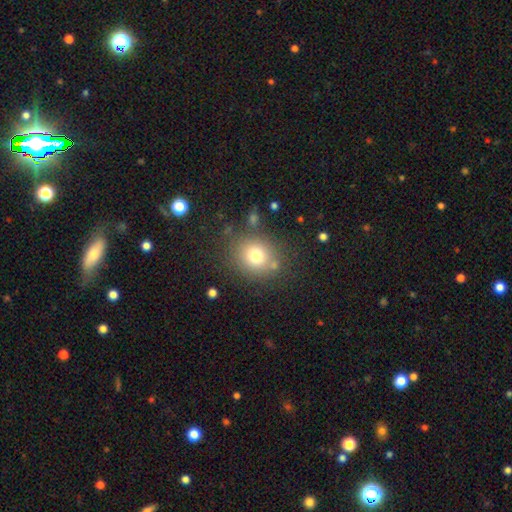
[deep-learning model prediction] This appears to be a smooth galaxy with no disk features (75%) that is round (76%). Merging: none (77%).